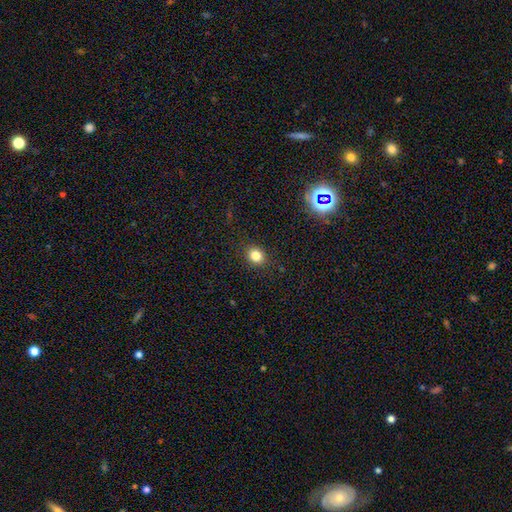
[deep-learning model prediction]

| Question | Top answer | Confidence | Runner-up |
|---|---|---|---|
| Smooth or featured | smooth | 82% | star or artifact (12%) |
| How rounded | round | 69% | in between (30%) |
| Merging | none | 89% | minor disturbance (7%) |